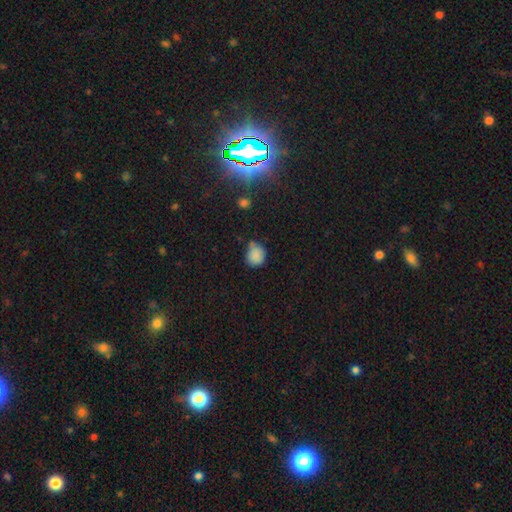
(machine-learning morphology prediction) This appears to be a smooth galaxy with no disk features (84%) that is round (76%). Merging: none (55%).